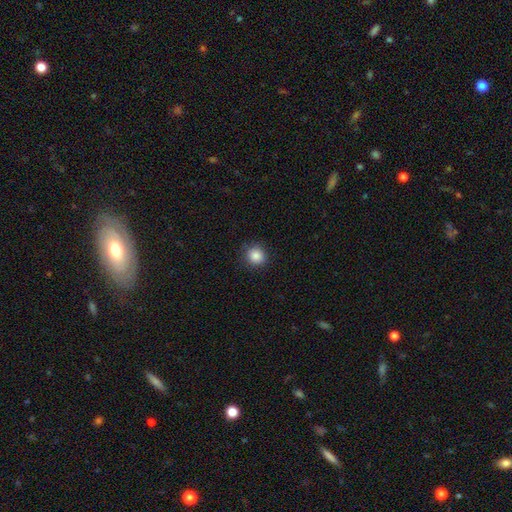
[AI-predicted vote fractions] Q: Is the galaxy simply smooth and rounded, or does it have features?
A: smooth — 86%.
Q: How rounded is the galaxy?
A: round — 87%.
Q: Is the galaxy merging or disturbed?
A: none — 87%.